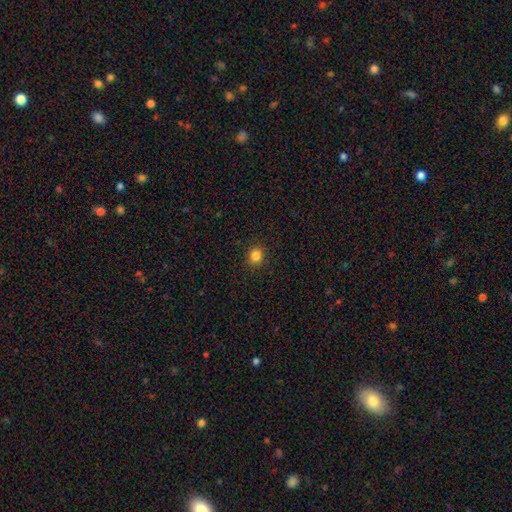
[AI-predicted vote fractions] smooth 84%, star or artifact 12%, featured or disk 4%. Down the decision tree: how rounded — round (85%); merging — none (91%).